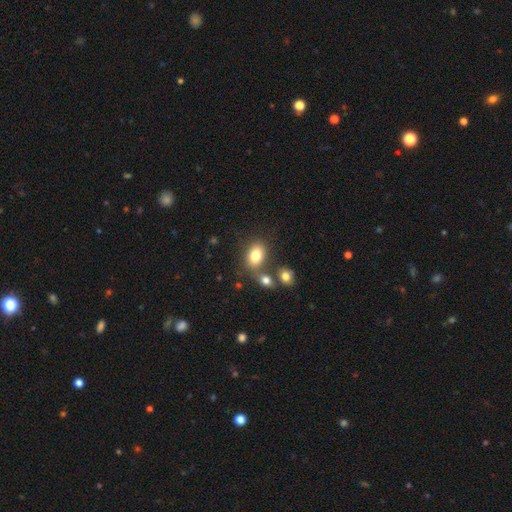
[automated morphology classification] smooth_or_featured: smooth (p=0.81) [alt: featured or disk p=0.10]
how_rounded: in between (p=0.78) [alt: round p=0.21]
merging: none (p=0.59) [alt: merger p=0.23]